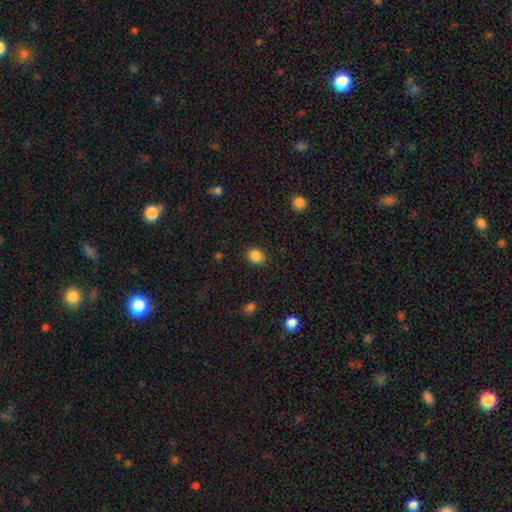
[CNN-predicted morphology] Smooth or featured? smooth (87%)
How rounded? round (58%)
Merging? none (87%)